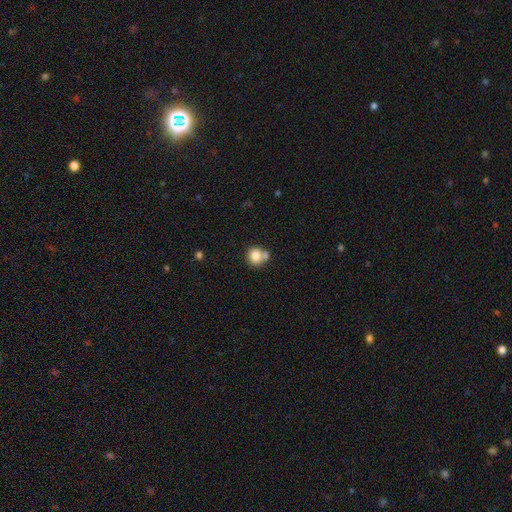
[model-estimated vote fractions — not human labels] Overall: smooth (80%). How rounded: round (82%). Merging: none (50%; merger 32%).